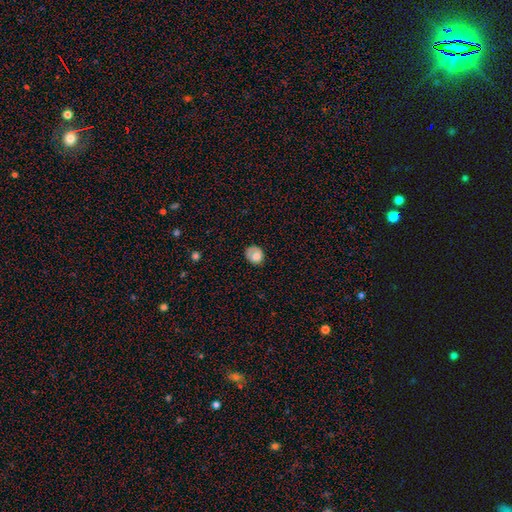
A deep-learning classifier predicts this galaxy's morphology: The model was most divided on "how rounded": round: 67%, in between: 32%, cigar-shaped: 1%. More confident: smooth or featured — smooth (78%); merging — none (63%).